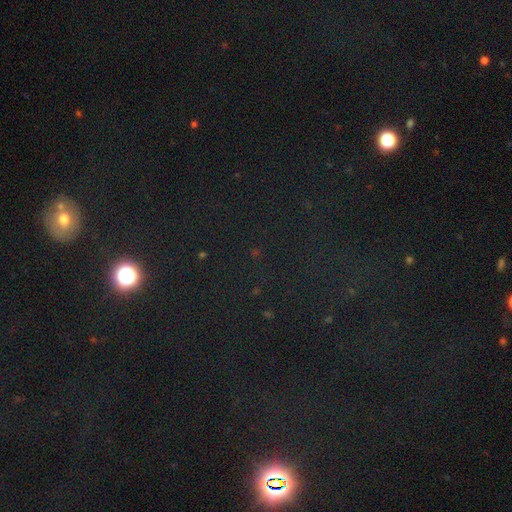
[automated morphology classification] star or artifact 73%, smooth 18%, featured or disk 9%.